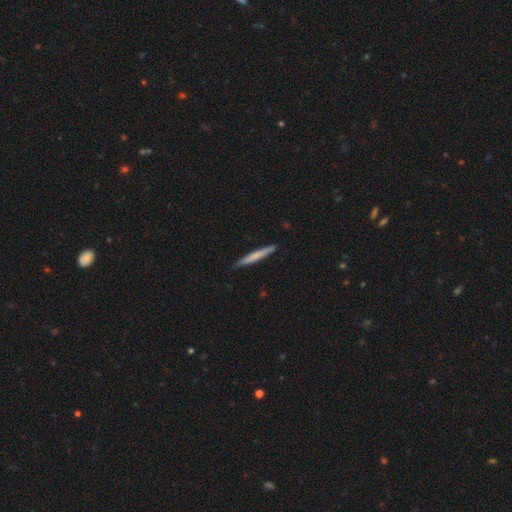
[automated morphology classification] Smooth or featured: smooth — 64% (featured or disk — 31%)
How rounded: cigar-shaped — 96% (in between — 2%)
Merging: none — 89% (minor disturbance — 9%)